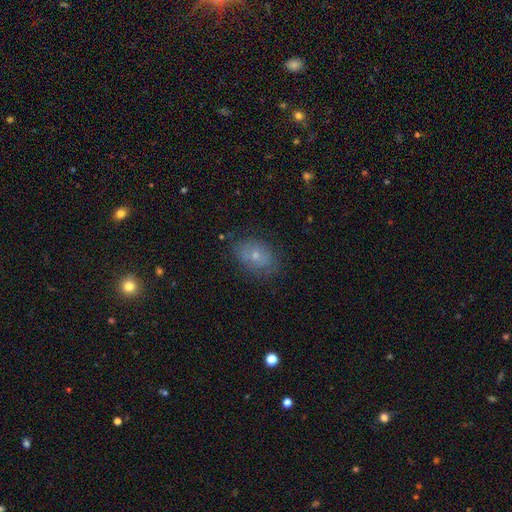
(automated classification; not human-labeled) This appears to be a smooth galaxy with no disk features (60%) that is in between round and cigar-shaped (72%). Merging: none (77%).